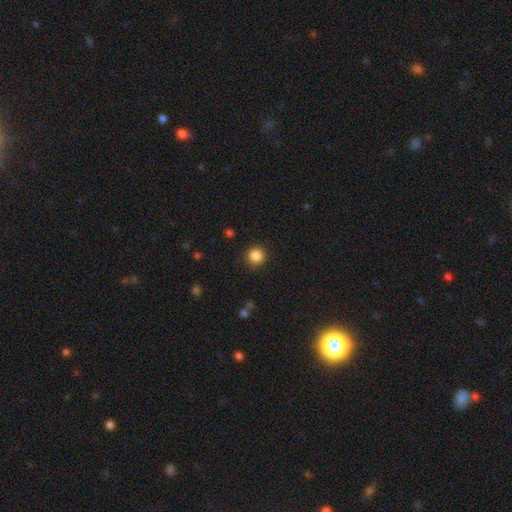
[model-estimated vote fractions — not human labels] This appears to be a smooth galaxy with no disk features (86%) that is round (94%). Merging: none (91%).